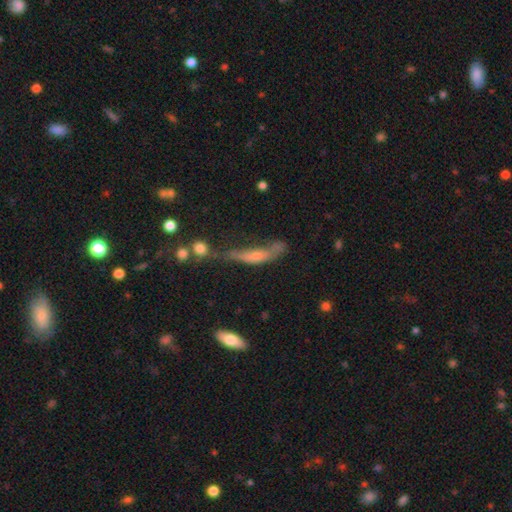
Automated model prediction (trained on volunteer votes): A featured or disk galaxy (44%, tied with smooth).

Vote fractions:
- Smooth or featured? featured or disk: 44% (tied) / smooth: 44% (tied) / star or artifact: 12%
- Merging? major disturbance: 33% / none: 27% / minor disturbance: 23% / merger: 17%